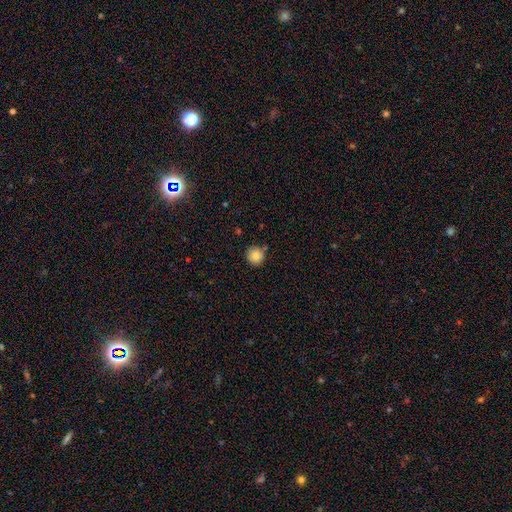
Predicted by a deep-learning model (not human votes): The model was most divided on "merging": none: 84%, minor disturbance: 10%, merger: 5%, major disturbance: 2%. More confident: how rounded — round (92%); smooth or featured — smooth (85%).